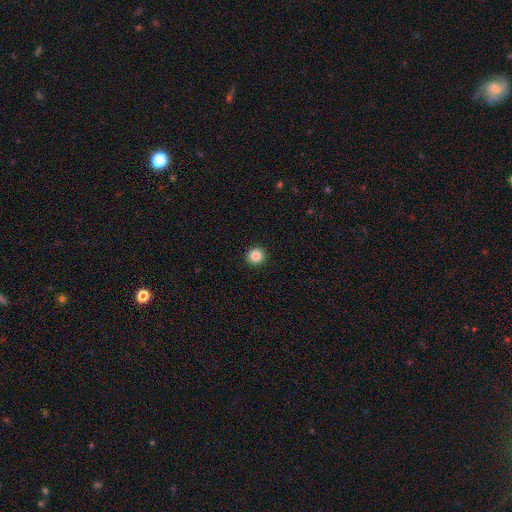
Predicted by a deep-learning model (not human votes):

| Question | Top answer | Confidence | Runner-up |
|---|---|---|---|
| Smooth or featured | smooth | 86% | star or artifact (10%) |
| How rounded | round | 95% | in between (4%) |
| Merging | none | 94% | minor disturbance (4%) |